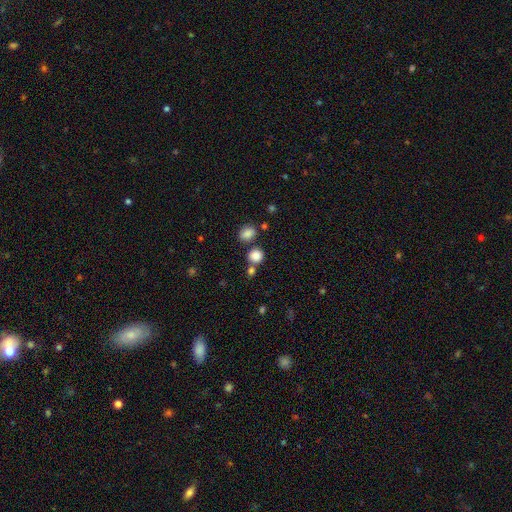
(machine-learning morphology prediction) Q: Smooth or featured?
A: smooth (84%); runner-up: star or artifact (12%)
Q: How rounded?
A: round (80%); runner-up: in between (19%)
Q: Merging?
A: none (68%); runner-up: merger (19%)